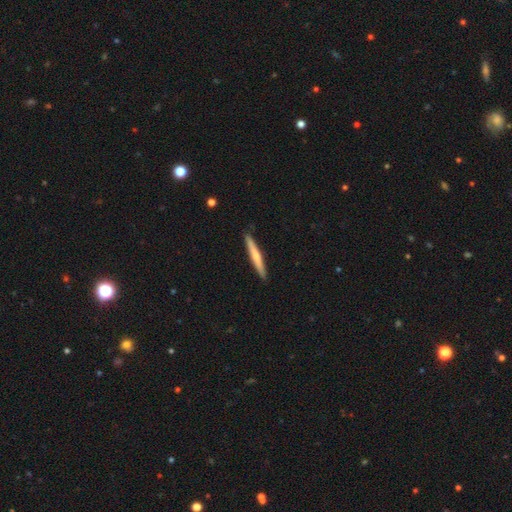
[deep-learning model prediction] smooth 55%, featured or disk 40%, star or artifact 5%. Down the decision tree: how rounded — cigar-shaped (96%); merging — none (91%).